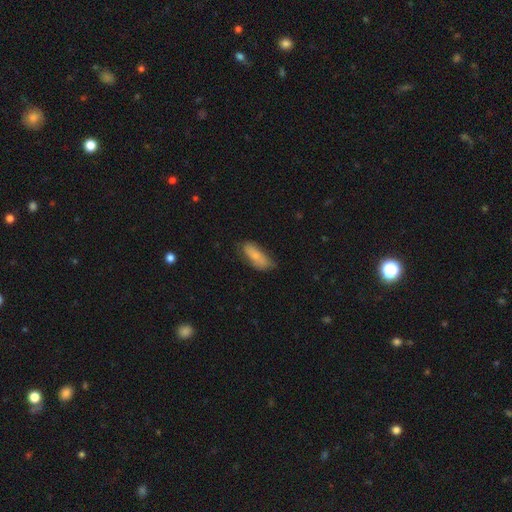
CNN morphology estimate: Smooth or featured?
  - smooth: 71% *
  - featured or disk: 22%
  - star or artifact: 7%
How rounded?
  - in between: 77% *
  - cigar-shaped: 20%
  - round: 2%
Merging?
  - none: 56% *
  - minor disturbance: 33%
  - major disturbance: 9%
  - merger: 2%